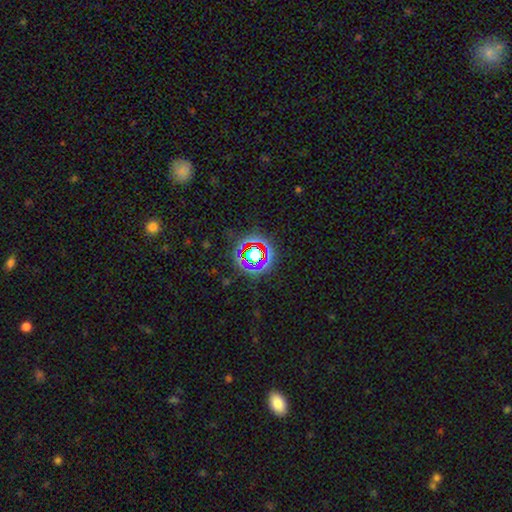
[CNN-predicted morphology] smooth_or_featured: star or artifact (p=0.64) [alt: smooth p=0.23]